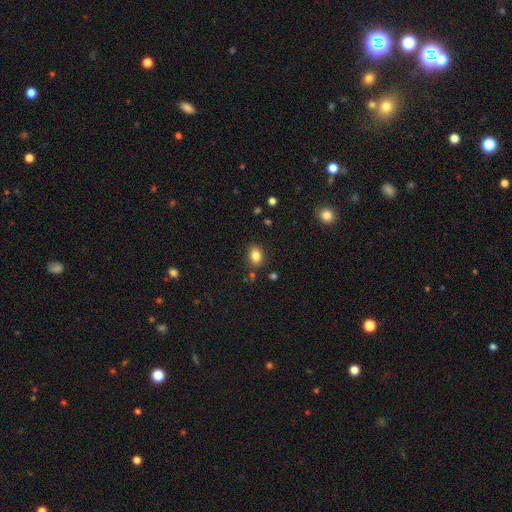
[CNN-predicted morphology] Smooth or featured: smooth — 84% (star or artifact — 10%)
How rounded: in between — 72% (round — 27%)
Merging: none — 84% (minor disturbance — 11%)